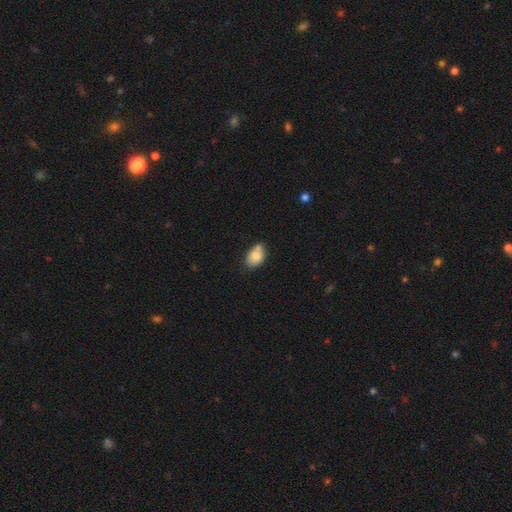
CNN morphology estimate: smooth 78%, featured or disk 14%, star or artifact 8%. Down the decision tree: how rounded — in between (85%); merging — none (53%).